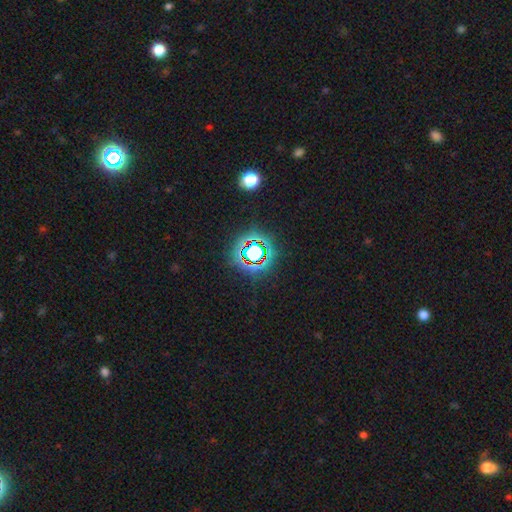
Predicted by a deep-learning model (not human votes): smooth-or-featured: star or artifact: 69% | smooth: 21% | featured or disk: 10%